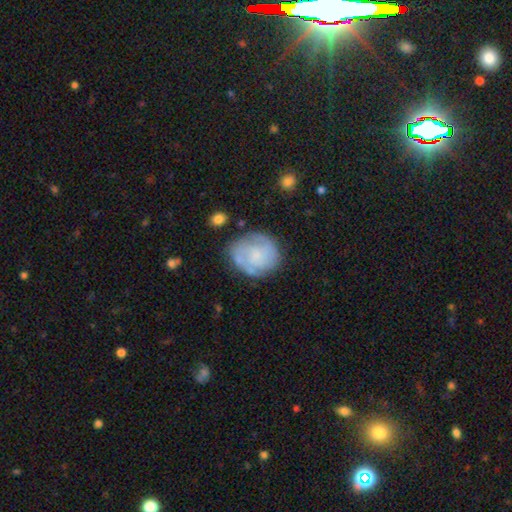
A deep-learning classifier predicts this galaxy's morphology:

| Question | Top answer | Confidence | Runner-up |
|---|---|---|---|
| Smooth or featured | featured or disk | 54% | smooth (39%) |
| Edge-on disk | no | 98% | yes (2%) |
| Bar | no | 75% | weak (21%) |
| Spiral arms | yes | 72% | no (28%) |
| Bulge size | small | 39% | none (32%) |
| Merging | none | 66% | minor disturbance (21%) |